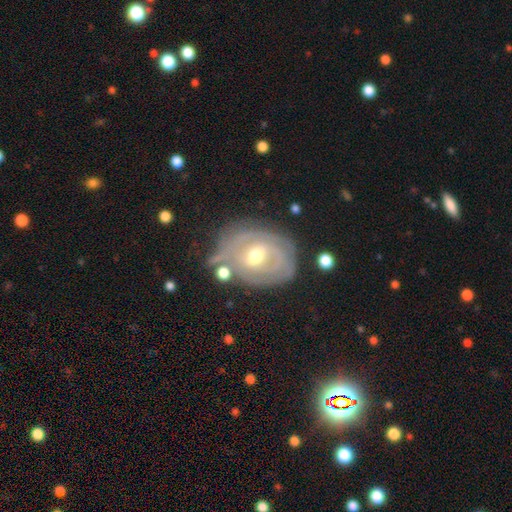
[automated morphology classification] Overall: featured or disk (77%). Edge-on disk: no (96%). Bar: weak (49%; no 35%). Spiral arms: yes (77%). Spiral arm count: can't tell (47%; 2 27%). Spiral winding: tight (72%). Bulge size: moderate (65%; small 30%). Merging: none (59%; minor disturbance 24%).